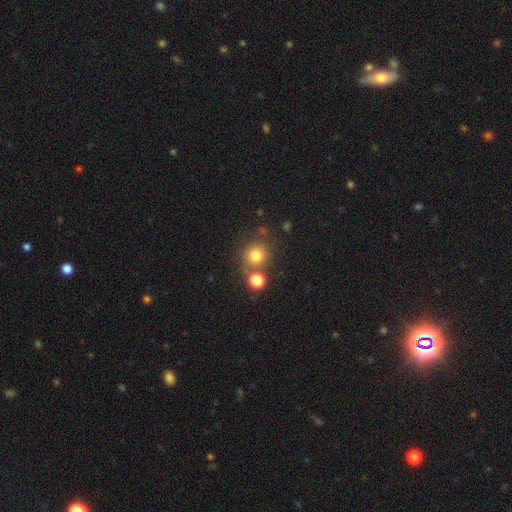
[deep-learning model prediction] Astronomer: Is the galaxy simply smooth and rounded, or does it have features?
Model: smooth — 78%.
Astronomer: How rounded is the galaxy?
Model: round — 90%.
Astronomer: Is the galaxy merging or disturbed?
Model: none — 69%.